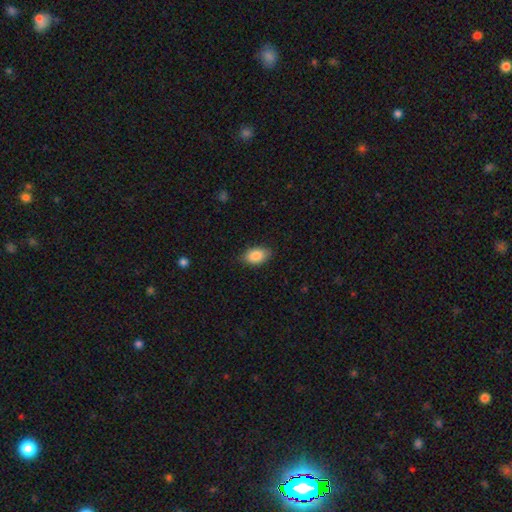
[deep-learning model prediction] Smooth or featured: smooth — 86% (featured or disk — 7%)
How rounded: in between — 90% (round — 8%)
Merging: none — 81% (minor disturbance — 16%)